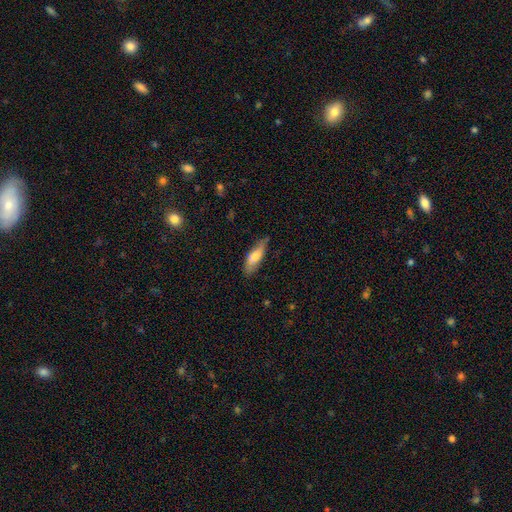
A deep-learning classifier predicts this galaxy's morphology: smooth 65%, featured or disk 29%, star or artifact 7%. Down the decision tree: how rounded — in between (53%); merging — none (75%).